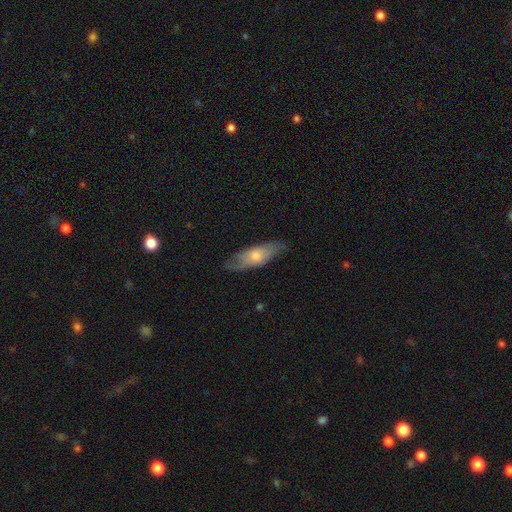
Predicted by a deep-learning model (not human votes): This is possibly a smooth galaxy (59%). How rounded: possibly in between (57%). Merging: likely none (75%).